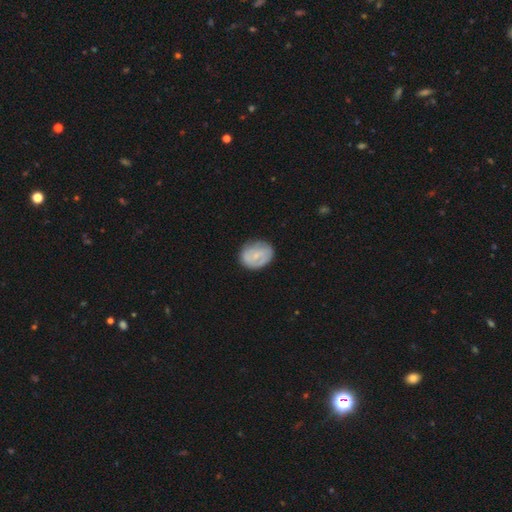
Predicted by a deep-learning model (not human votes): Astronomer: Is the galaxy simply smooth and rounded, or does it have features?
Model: smooth — 47%, tied with featured or disk at 47%.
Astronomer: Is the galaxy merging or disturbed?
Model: none — 76%.